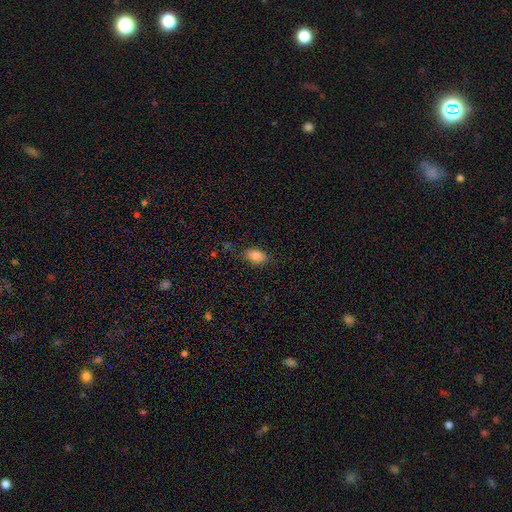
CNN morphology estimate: The model was most divided on "merging": none: 80%, minor disturbance: 15%, major disturbance: 4%, merger: 1%. More confident: how rounded — in between (88%); smooth or featured — smooth (85%).